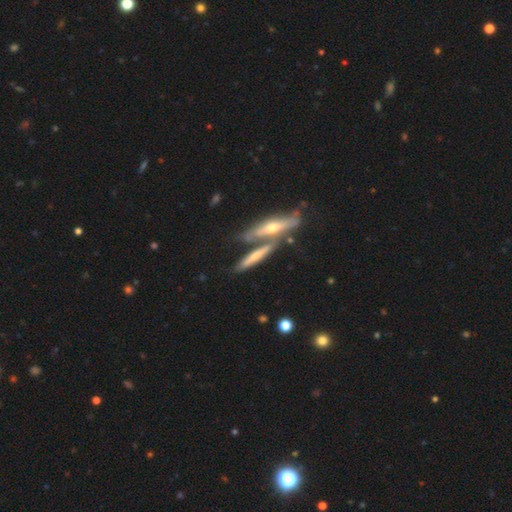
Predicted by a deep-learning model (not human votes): smooth_or_featured: smooth (p=0.46) [tied with: featured or disk p=0.46]
merging: none (p=0.48) [alt: merger p=0.36]